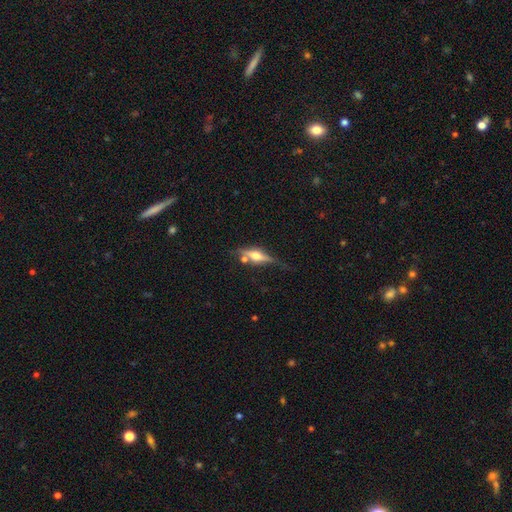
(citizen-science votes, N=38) smooth-or-featured: featured or disk: 61% | smooth: 32% | star or artifact: 8%
  disk-edge-on: yes: 100% | no: 0%
    edge-on-bulge: rounded: 100% | boxy: 0% | none: 0%
  merging: none: 63% | minor disturbance: 20% | merger: 14% | major disturbance: 3%